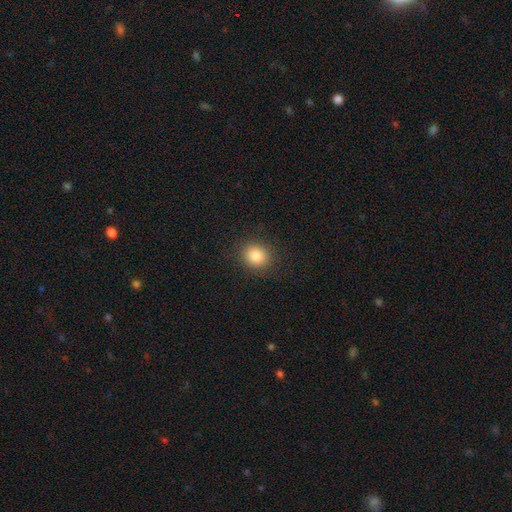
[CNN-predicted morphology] Smooth or featured? smooth (85%)
How rounded? round (71%)
Merging? none (88%)